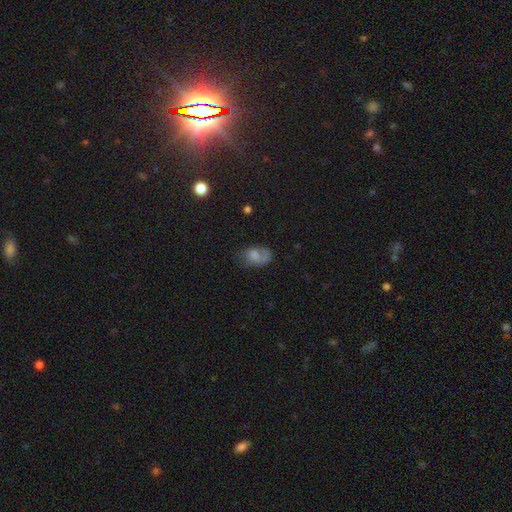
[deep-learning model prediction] smooth-or-featured: smooth: 60% | featured or disk: 29% | star or artifact: 11%
  how-rounded: in between: 82% | round: 17% | cigar-shaped: 2%
  merging: none: 44% | minor disturbance: 28% | major disturbance: 25% | merger: 3%